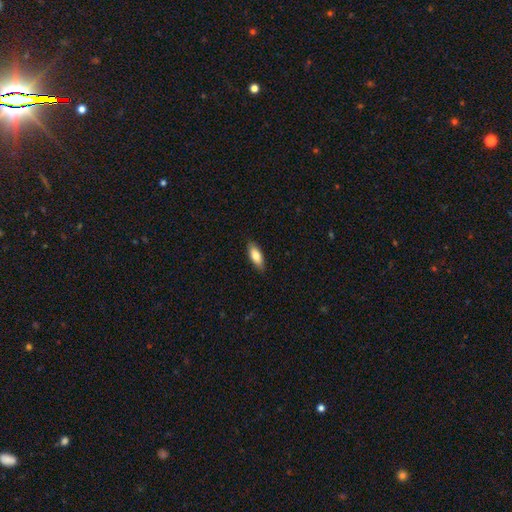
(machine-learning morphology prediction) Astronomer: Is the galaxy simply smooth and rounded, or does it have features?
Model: smooth — 79%.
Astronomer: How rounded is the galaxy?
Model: in between — 75%.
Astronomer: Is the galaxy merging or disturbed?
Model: none — 85%.